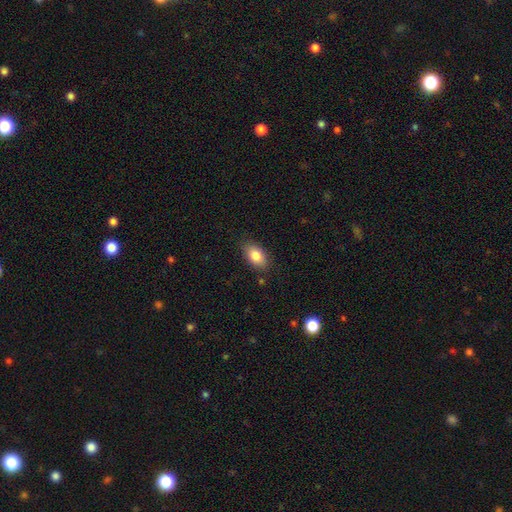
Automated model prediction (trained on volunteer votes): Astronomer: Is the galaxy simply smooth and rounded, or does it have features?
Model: smooth — 83%.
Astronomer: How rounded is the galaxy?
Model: in between — 90%.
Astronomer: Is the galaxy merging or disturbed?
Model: none — 84%.